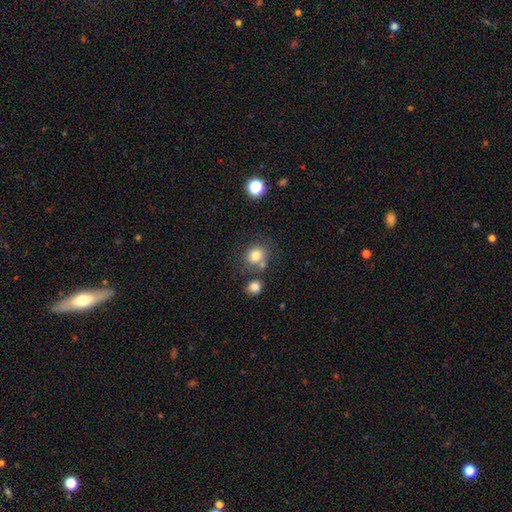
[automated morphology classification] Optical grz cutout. It shows a smooth galaxy with no disk features (79%) that is round (69%). Merging: none (61%).